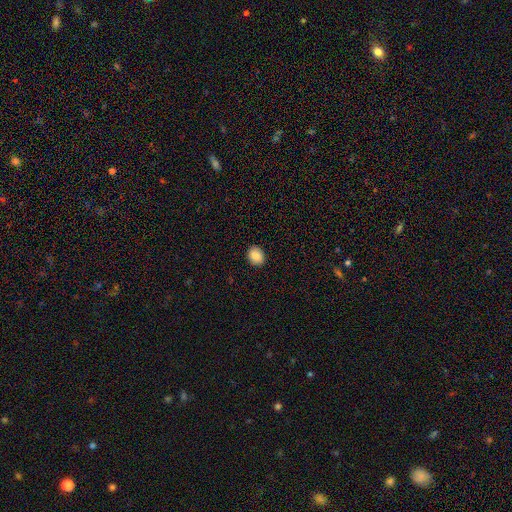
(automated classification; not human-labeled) This is clearly a smooth galaxy (86%). How rounded: possibly in between (50%). Merging: clearly none (91%).